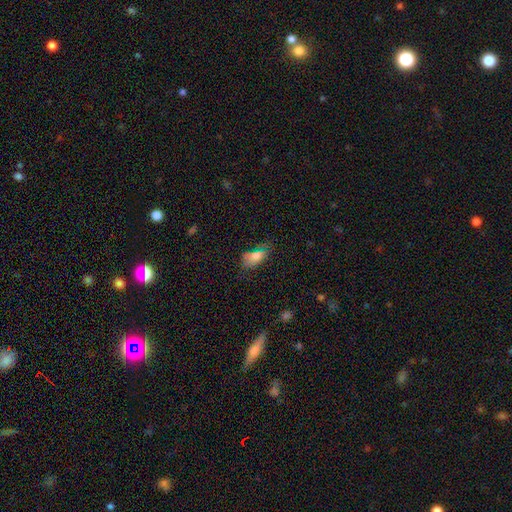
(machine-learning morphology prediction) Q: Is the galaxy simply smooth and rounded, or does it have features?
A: smooth — 73%.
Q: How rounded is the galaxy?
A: in between — 86%.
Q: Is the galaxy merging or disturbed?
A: none — 49%.